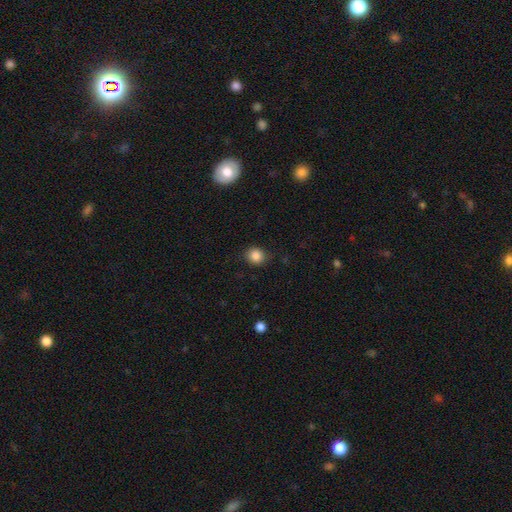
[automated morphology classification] Q: Smooth or featured?
A: smooth (86%); runner-up: star or artifact (10%)
Q: How rounded?
A: round (79%); runner-up: in between (20%)
Q: Merging?
A: none (85%); runner-up: minor disturbance (11%)